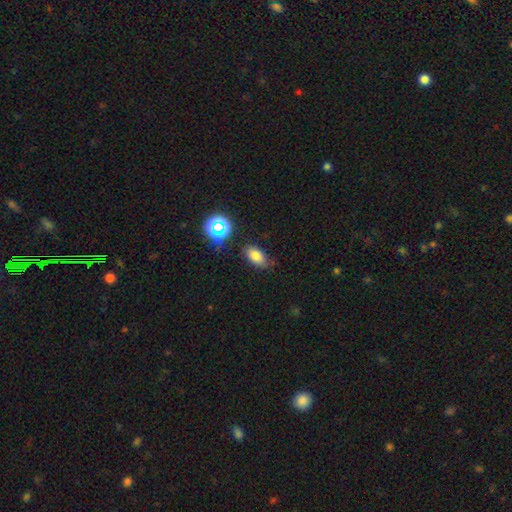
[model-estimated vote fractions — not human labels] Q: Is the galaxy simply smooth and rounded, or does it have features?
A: smooth — 75%.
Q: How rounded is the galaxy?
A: in between — 89%.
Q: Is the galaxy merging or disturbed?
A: none — 76%.